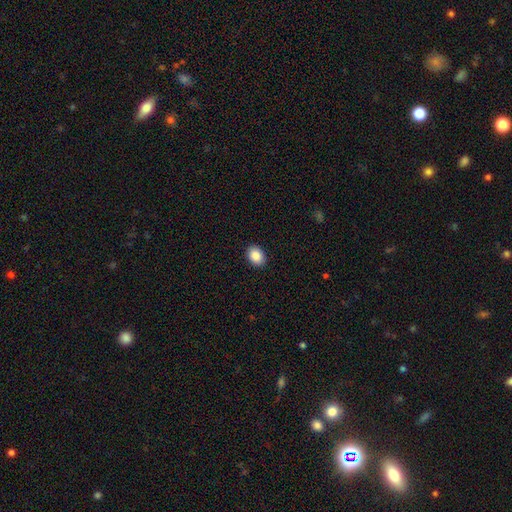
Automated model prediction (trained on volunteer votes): smooth 88%, star or artifact 8%, featured or disk 5%. Down the decision tree: how rounded — in between (67%); merging — none (91%).